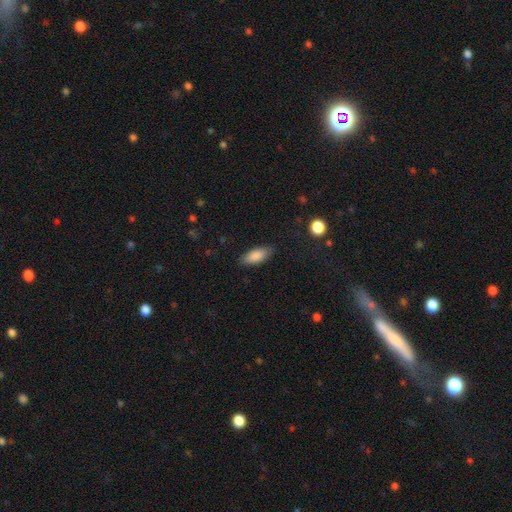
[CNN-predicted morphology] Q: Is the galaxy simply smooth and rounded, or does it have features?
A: smooth — 87%.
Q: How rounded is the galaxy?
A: in between — 81%.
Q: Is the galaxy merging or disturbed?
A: none — 83%.